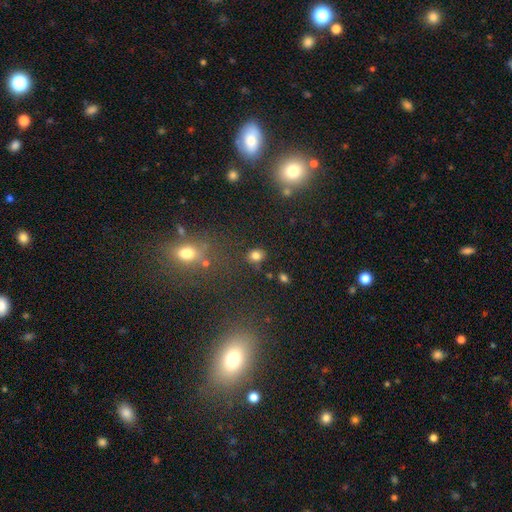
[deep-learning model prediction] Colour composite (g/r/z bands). It shows a smooth galaxy with no disk features (79%) that is round (64%). Merging: none (80%).